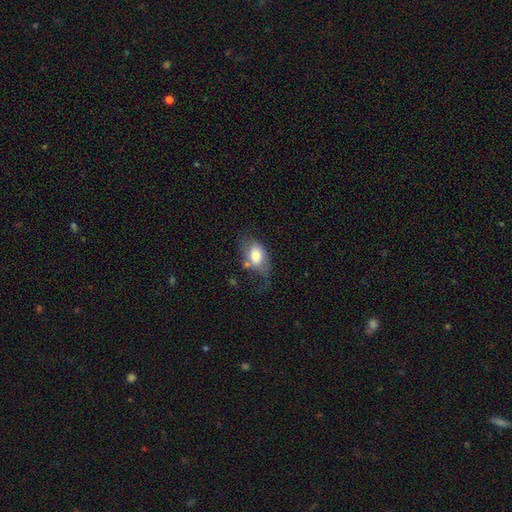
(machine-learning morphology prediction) This is likely a smooth galaxy (70%). How rounded: clearly in between (88%). Merging: marginally none (37%).